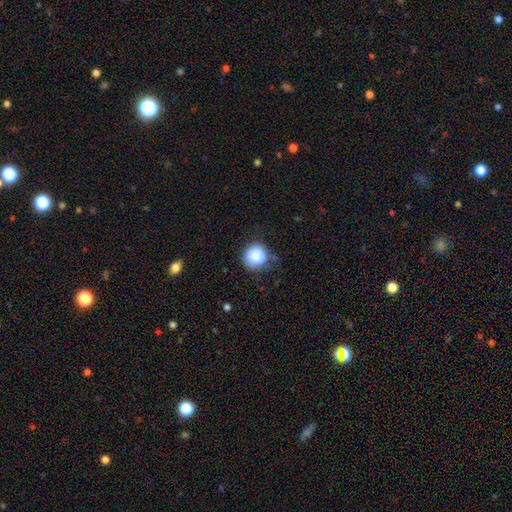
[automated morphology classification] A smooth galaxy with no disk features (87%) that is round (93%). Merging: none (76%).